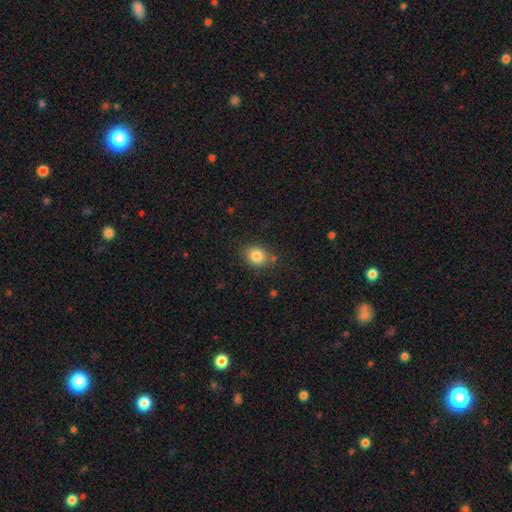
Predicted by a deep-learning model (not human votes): smooth 84%, star or artifact 10%, featured or disk 6%. Down the decision tree: how rounded — round (62%); merging — none (81%).